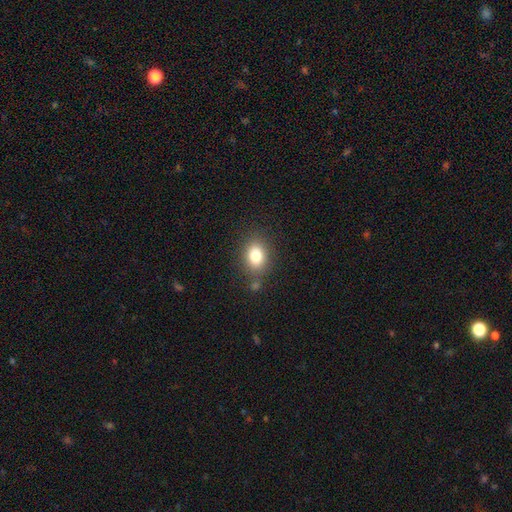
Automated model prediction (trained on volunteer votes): Smooth or featured? smooth (80%)
How rounded? in between (58%)
Merging? none (79%)